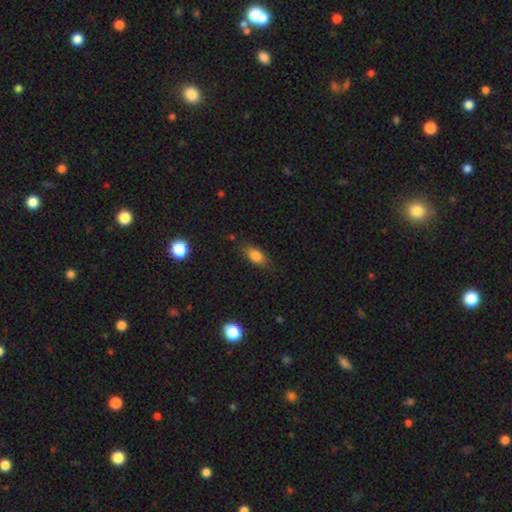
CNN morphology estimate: Smooth or featured? smooth (81%)
How rounded? in between (83%)
Merging? none (79%)